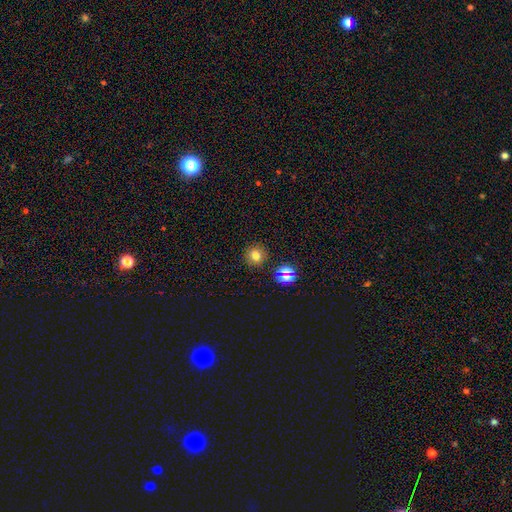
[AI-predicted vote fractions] Overall: smooth (72%). How rounded: round (91%). Merging: none (88%).